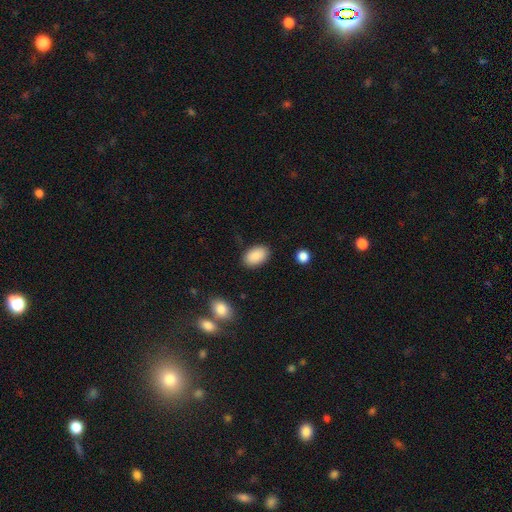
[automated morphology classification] This appears to be a smooth galaxy with no disk features (90%) that is in between round and cigar-shaped (93%). Merging: none (87%).